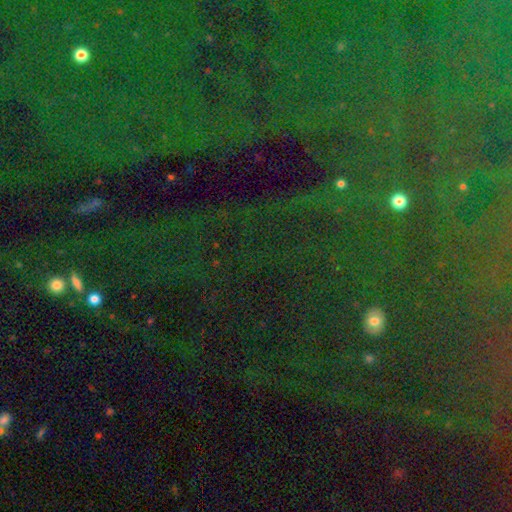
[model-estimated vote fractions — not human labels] star or artifact 80%, smooth 11%, featured or disk 9%.